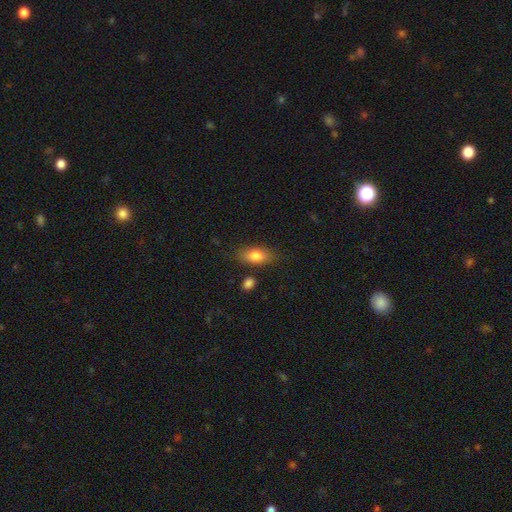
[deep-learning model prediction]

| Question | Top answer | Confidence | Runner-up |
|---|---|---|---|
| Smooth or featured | smooth | 81% | featured or disk (12%) |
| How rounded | in between | 84% | cigar-shaped (10%) |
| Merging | none | 79% | minor disturbance (13%) |